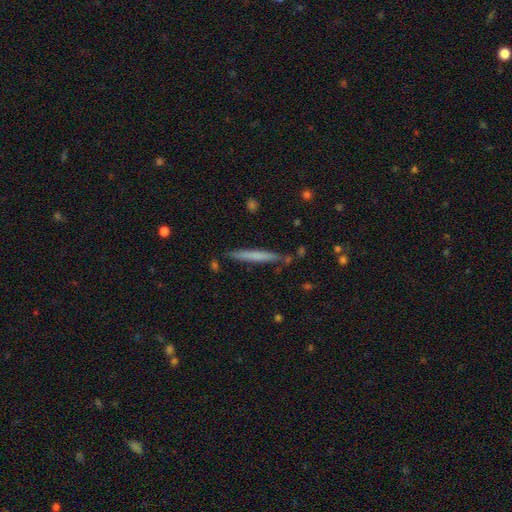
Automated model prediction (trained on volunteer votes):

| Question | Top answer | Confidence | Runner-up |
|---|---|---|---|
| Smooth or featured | smooth | 63% | featured or disk (32%) |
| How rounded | cigar-shaped | 96% | in between (2%) |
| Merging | none | 85% | minor disturbance (10%) |